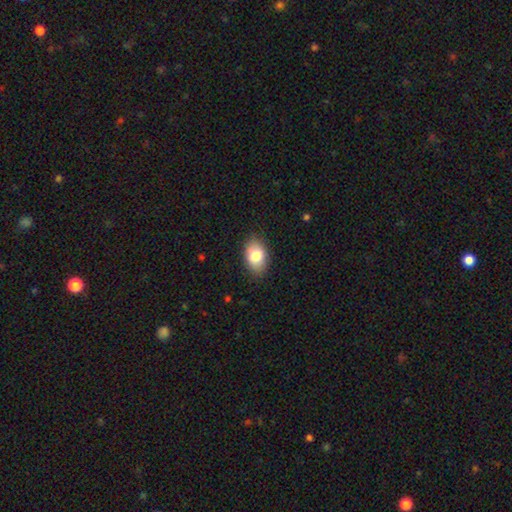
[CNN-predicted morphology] Smooth or featured? smooth (81%)
How rounded? in between (89%)
Merging? none (85%)